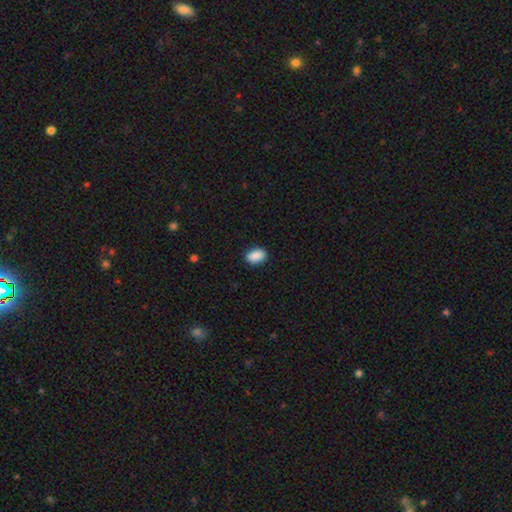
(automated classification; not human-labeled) Smooth or featured? smooth (90%)
How rounded? in between (90%)
Merging? none (90%)